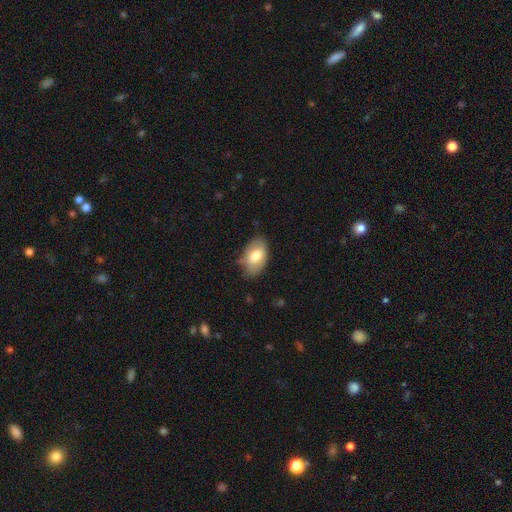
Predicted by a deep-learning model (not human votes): This appears to be a smooth galaxy with no disk features (72%) that is in between round and cigar-shaped (93%). Merging: none (71%).